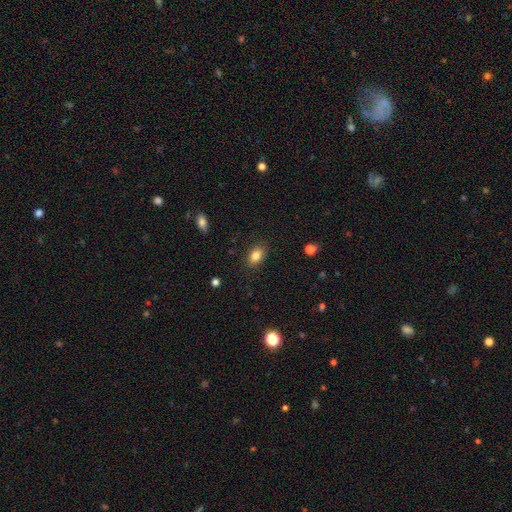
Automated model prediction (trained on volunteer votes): The model was most divided on "how rounded": in between: 84%, round: 14%, cigar-shaped: 2%. More confident: merging — none (86%); smooth or featured — smooth (84%).